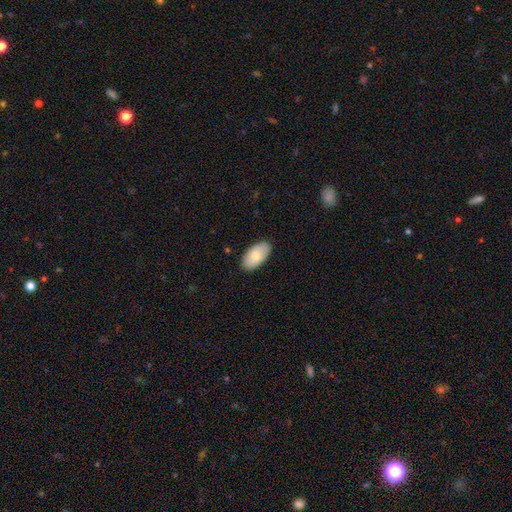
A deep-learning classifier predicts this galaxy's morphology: Smooth or featured? smooth (77%)
How rounded? in between (96%)
Merging? none (87%)